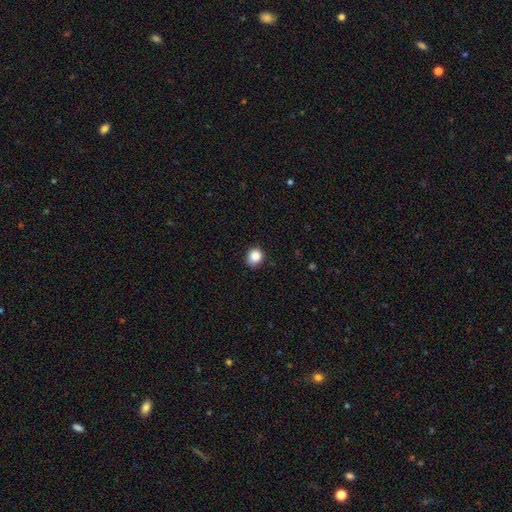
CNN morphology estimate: smooth_or_featured: smooth (p=0.87) [alt: star or artifact p=0.10]
how_rounded: round (p=0.79) [alt: in between p=0.20]
merging: none (p=0.86) [alt: minor disturbance p=0.11]